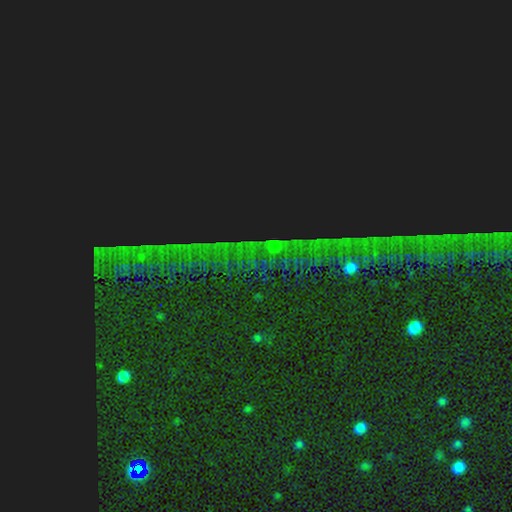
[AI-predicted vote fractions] Smooth or featured?
  - star or artifact: 87% *
  - smooth: 7%
  - featured or disk: 6%